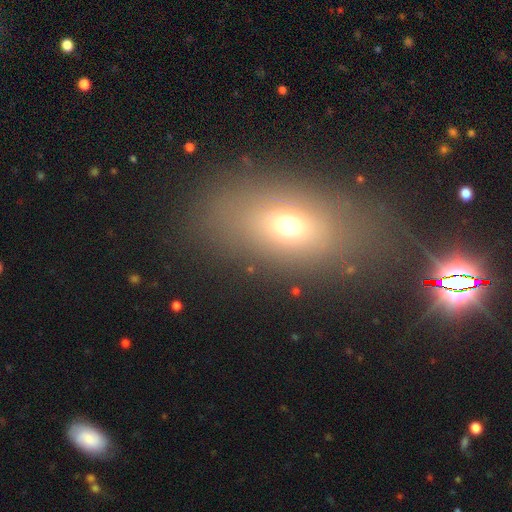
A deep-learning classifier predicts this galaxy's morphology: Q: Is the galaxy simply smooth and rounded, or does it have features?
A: smooth — 60%.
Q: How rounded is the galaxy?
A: in between — 77%.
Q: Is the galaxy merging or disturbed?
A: none — 81%.